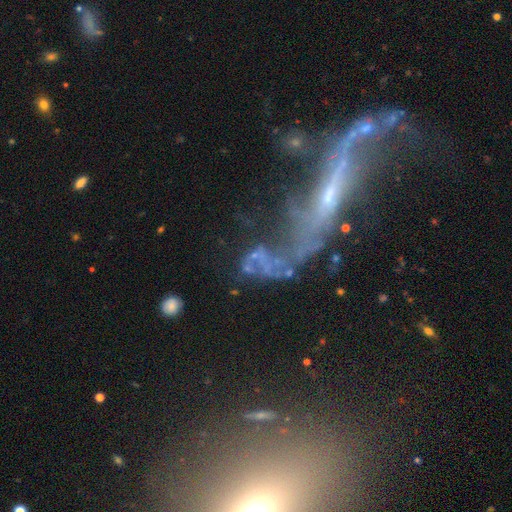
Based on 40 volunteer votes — Smooth or featured? featured or disk (90%)
Edge-on disk? no (72%)
Bar? no (54%)
Spiral arms? no (54%)
Bulge size? small (46%)
Merging? merger (39%)